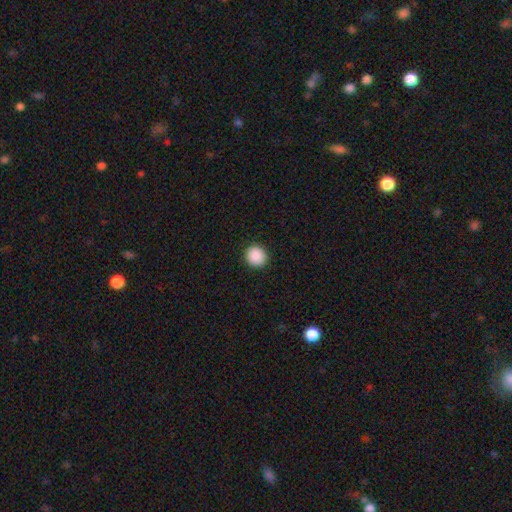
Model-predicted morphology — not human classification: A smooth galaxy with no disk features (90%) that is round (90%). Merging: none (92%).